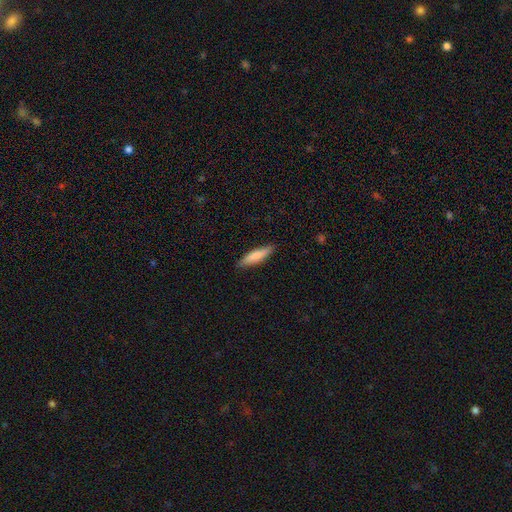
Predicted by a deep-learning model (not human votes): smooth-or-featured: smooth: 77% | featured or disk: 18% | star or artifact: 5%
  how-rounded: cigar-shaped: 75% | in between: 23% | round: 1%
  merging: none: 88% | minor disturbance: 9% | major disturbance: 2% | merger: 1%